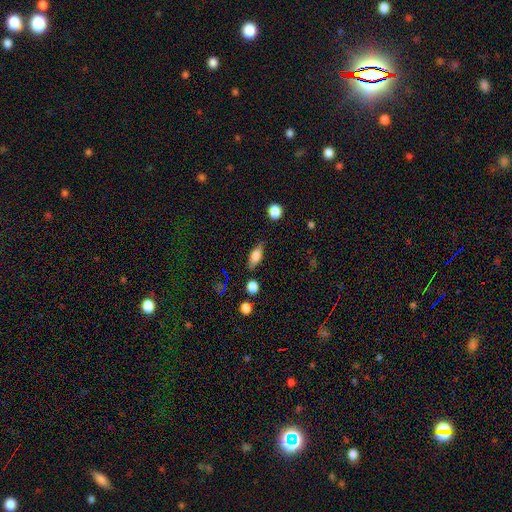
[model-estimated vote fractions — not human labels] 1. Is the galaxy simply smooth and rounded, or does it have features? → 72% smooth, 20% featured or disk, 9% star or artifact.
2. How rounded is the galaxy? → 75% in between, 20% cigar-shaped, 5% round.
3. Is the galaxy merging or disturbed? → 77% none, 16% minor disturbance, 4% major disturbance, 3% merger.